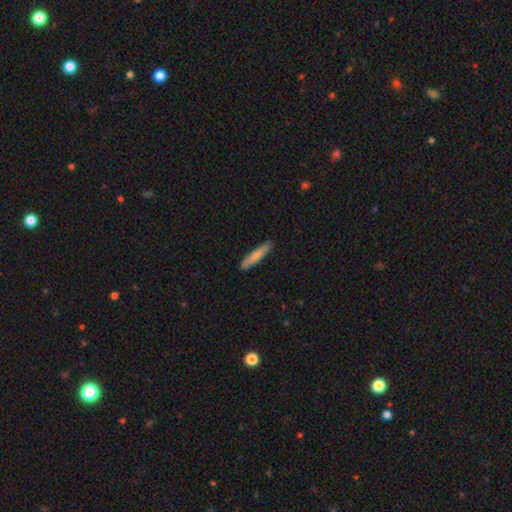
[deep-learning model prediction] This appears to be a smooth galaxy with no disk features (77%) that is cigar-shaped (89%). Merging: none (88%).